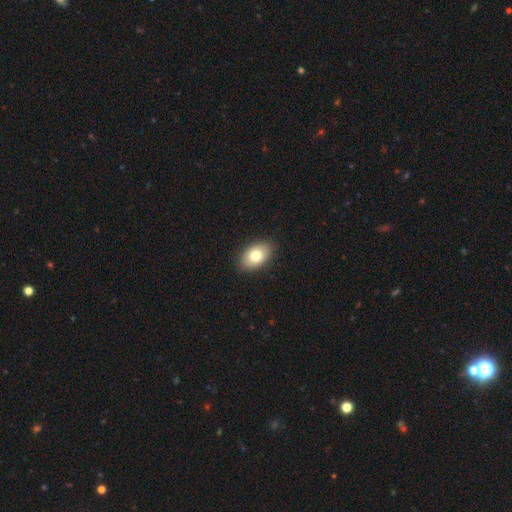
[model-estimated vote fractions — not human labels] smooth 80%, featured or disk 13%, star or artifact 7%. Down the decision tree: how rounded — in between (89%); merging — none (88%).